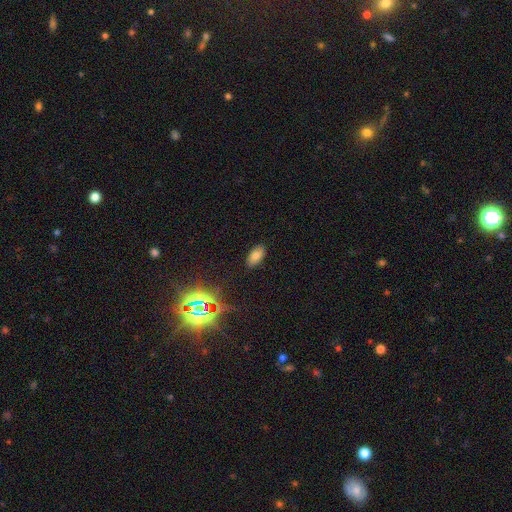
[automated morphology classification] type=smooth (71%); roundness=in between (92%); merging=none (87%).